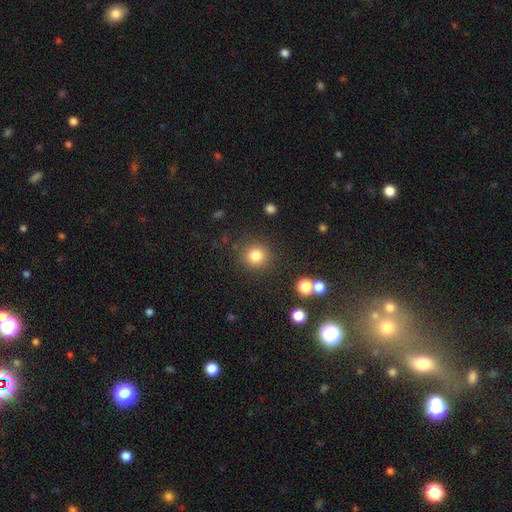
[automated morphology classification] smooth-or-featured: smooth: 82% | star or artifact: 12% | featured or disk: 6%
  how-rounded: round: 92% | in between: 8% | cigar-shaped: 1%
  merging: none: 87% | minor disturbance: 7% | major disturbance: 3% | merger: 2%